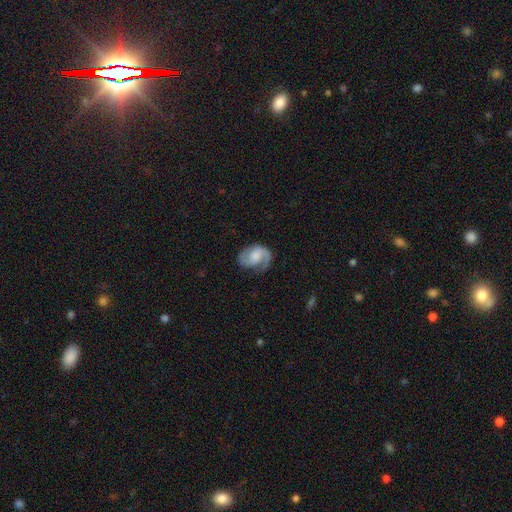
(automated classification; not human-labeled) Smooth or featured? Predicted: featured or disk (p=0.78). Edge-on disk? Predicted: no (p=0.98). Bar? Predicted: no (p=0.54). Spiral arms? Predicted: yes (p=0.96). Spiral winding? Predicted: medium (p=0.50). Spiral arm count? Predicted: 2 (p=0.84). Bulge size? Predicted: none (p=0.29). Merging? Predicted: none (p=0.69).